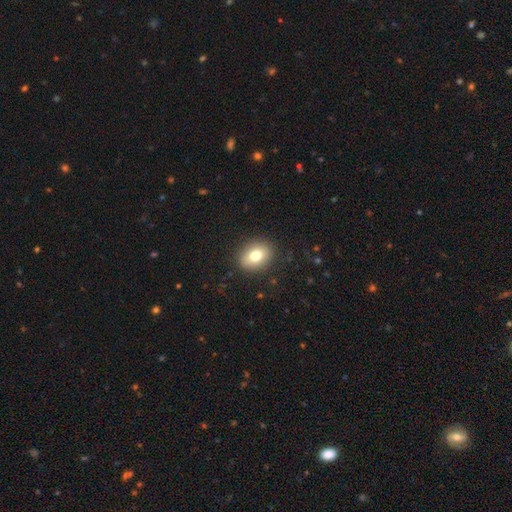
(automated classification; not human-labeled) smooth 77%, featured or disk 13%, star or artifact 10%. Down the decision tree: how rounded — in between (57%); merging — none (89%).